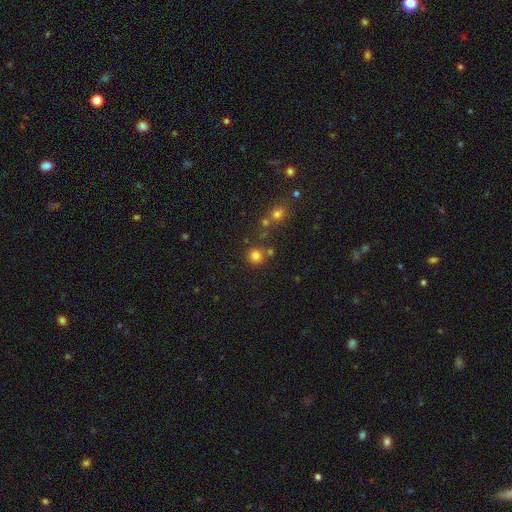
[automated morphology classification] Overall: smooth (79%). How rounded: round (92%). Merging: none (75%).